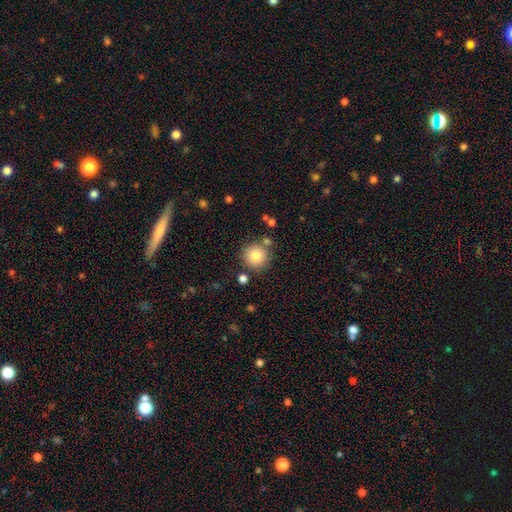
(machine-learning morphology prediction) Overall: smooth (81%). How rounded: round (95%). Merging: none (81%).